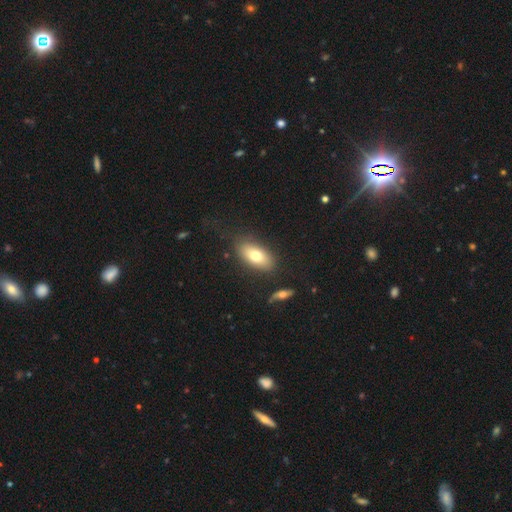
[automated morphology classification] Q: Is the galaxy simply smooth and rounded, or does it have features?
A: smooth — 74%.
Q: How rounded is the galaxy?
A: in between — 88%.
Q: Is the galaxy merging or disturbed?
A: none — 79%.